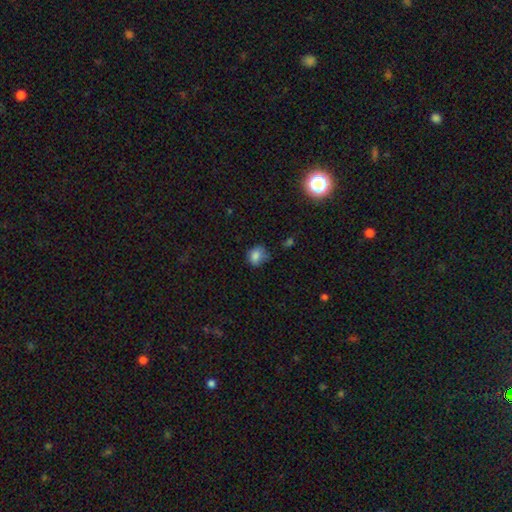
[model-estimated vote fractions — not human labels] Smooth or featured? smooth (81%)
How rounded? round (58%)
Merging? none (53%)